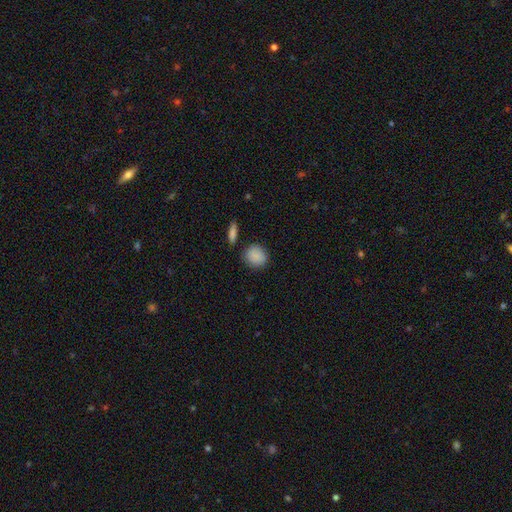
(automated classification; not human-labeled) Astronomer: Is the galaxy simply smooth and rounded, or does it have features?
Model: smooth — 88%.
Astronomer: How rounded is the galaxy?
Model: round — 75%.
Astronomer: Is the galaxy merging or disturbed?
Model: none — 82%.